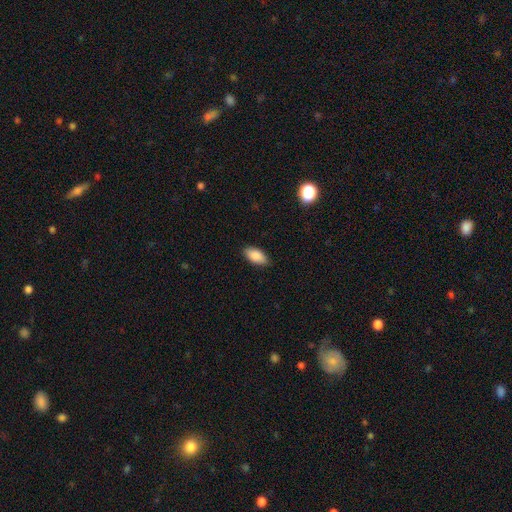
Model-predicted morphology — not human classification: Overall: smooth (88%). How rounded: in between (93%). Merging: none (86%).